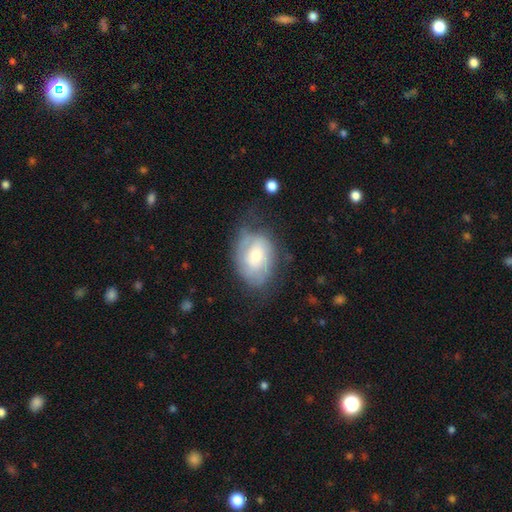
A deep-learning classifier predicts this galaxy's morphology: Q: Smooth or featured?
A: featured or disk (54%); runner-up: smooth (39%)
Q: Edge-on disk?
A: no (95%); runner-up: yes (5%)
Q: Bar?
A: no (68%); runner-up: weak (26%)
Q: Spiral arms?
A: yes (66%); runner-up: no (34%)
Q: Bulge size?
A: moderate (54%); runner-up: small (39%)
Q: Merging?
A: none (52%); runner-up: minor disturbance (29%)